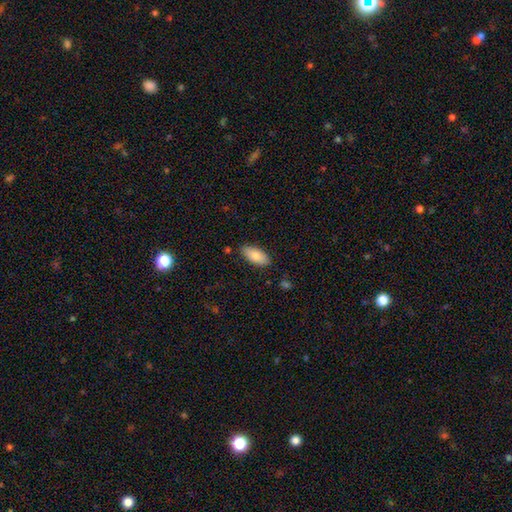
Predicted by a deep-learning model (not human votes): Smooth or featured: smooth — 83% (featured or disk — 11%)
How rounded: in between — 88% (cigar-shaped — 10%)
Merging: none — 84% (minor disturbance — 12%)